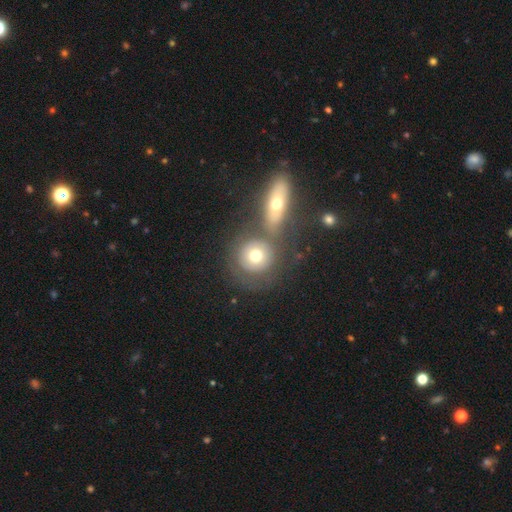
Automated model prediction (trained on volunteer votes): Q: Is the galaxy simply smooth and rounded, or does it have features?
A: smooth — 66%.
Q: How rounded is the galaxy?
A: round — 89%.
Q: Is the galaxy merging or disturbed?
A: none — 51%.